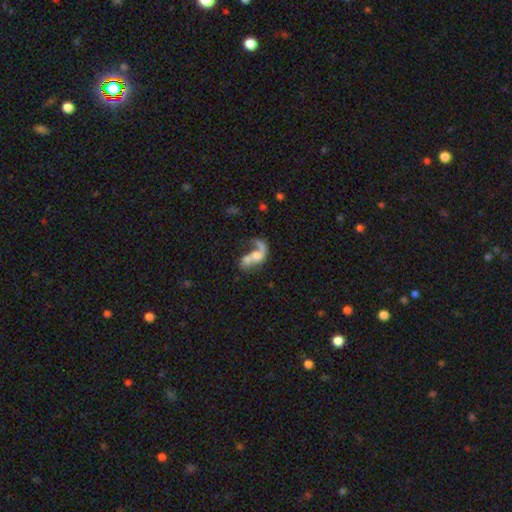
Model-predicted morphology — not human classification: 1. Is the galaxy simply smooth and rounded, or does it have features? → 60% featured or disk, 31% smooth, 10% star or artifact.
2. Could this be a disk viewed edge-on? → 96% no, 4% yes.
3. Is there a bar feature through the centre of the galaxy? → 69% no, 23% weak, 8% strong.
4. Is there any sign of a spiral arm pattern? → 66% yes, 34% no.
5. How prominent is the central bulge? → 33% moderate, 25% small, 23% none, 15% large, 4% dominant.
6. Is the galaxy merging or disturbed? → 45% merger, 28% major disturbance, 19% none, 9% minor disturbance.